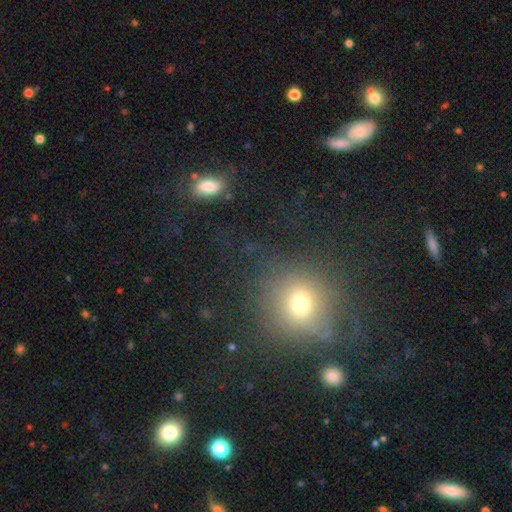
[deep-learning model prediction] A smooth galaxy with no disk features (57%) that is round (75%).

Vote fractions:
- Smooth or featured? smooth: 57% / star or artifact: 29% / featured or disk: 14%
- How rounded? round: 75% / in between: 22% / cigar-shaped: 3%
- Merging? none: 73% / minor disturbance: 14% / major disturbance: 9% / merger: 4%